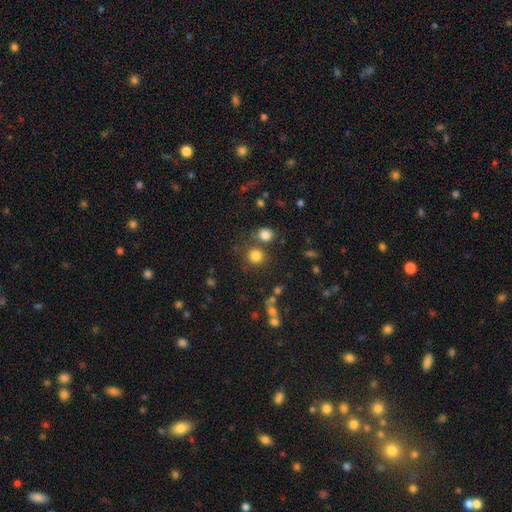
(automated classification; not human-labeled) This appears to be a smooth galaxy with no disk features (80%) that is round (88%). Merging: none (73%).